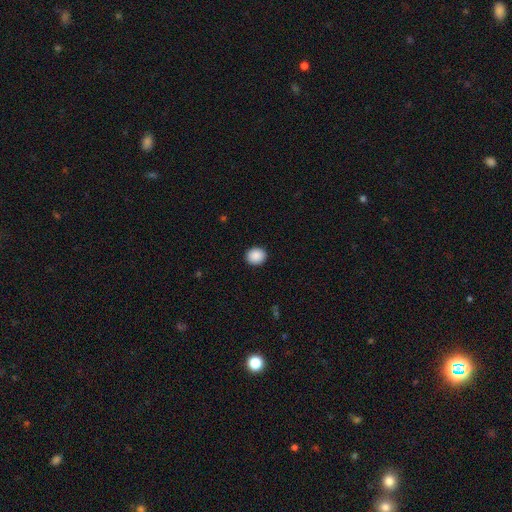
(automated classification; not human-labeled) Smooth or featured? Predicted: smooth (p=0.90). How rounded? Predicted: round (p=0.78). Merging? Predicted: none (p=0.92).